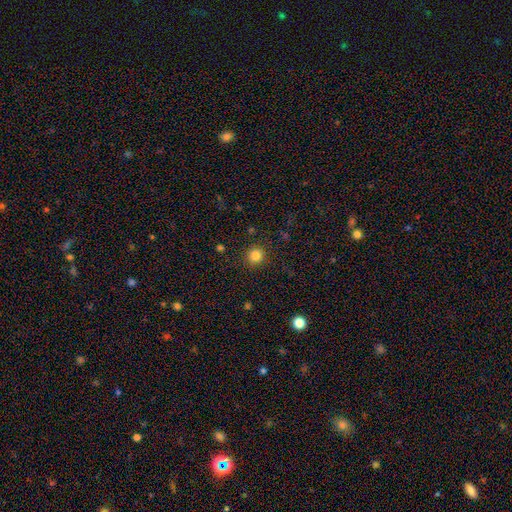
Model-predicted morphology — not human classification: smooth 83%, star or artifact 12%, featured or disk 5%. Down the decision tree: how rounded — round (92%); merging — none (90%).